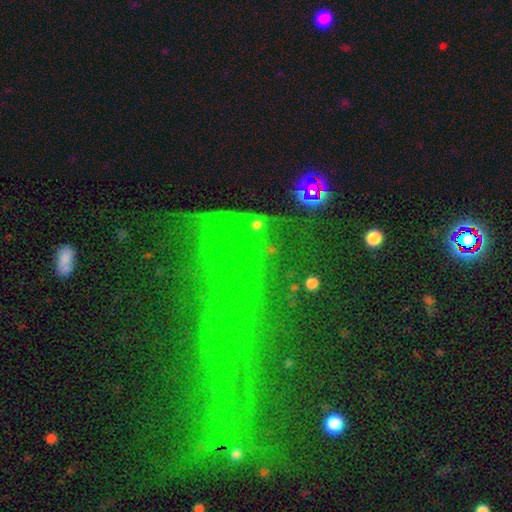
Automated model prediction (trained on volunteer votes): The model was most divided on "smooth or featured": star or artifact: 63%, smooth: 19%, featured or disk: 18%.